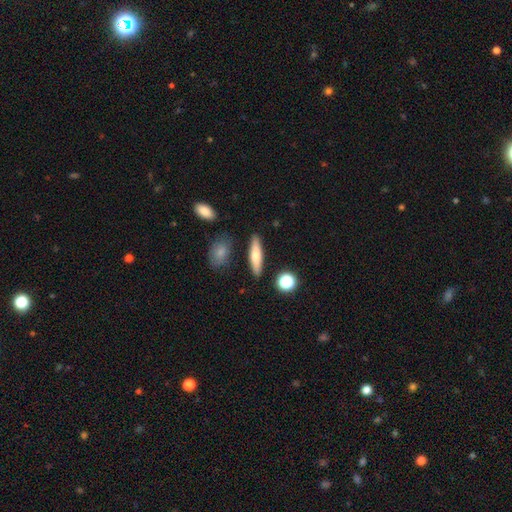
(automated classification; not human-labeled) smooth-or-featured: smooth: 70% | featured or disk: 23% | star or artifact: 7%
  how-rounded: cigar-shaped: 74% | in between: 22% | round: 3%
  merging: none: 87% | minor disturbance: 8% | merger: 3% | major disturbance: 2%